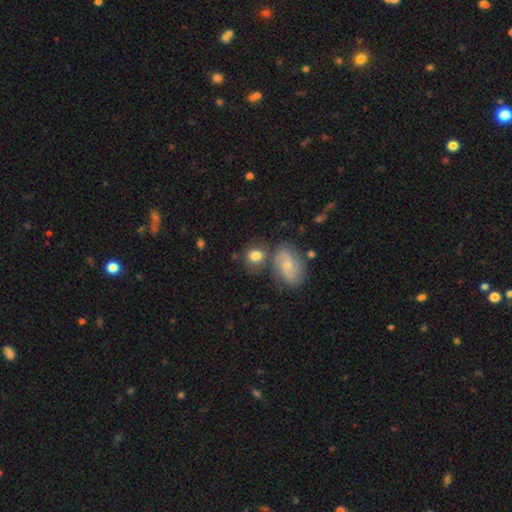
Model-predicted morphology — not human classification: smooth 70%, featured or disk 21%, star or artifact 9%. Down the decision tree: how rounded — round (55%); merging — none (57%).